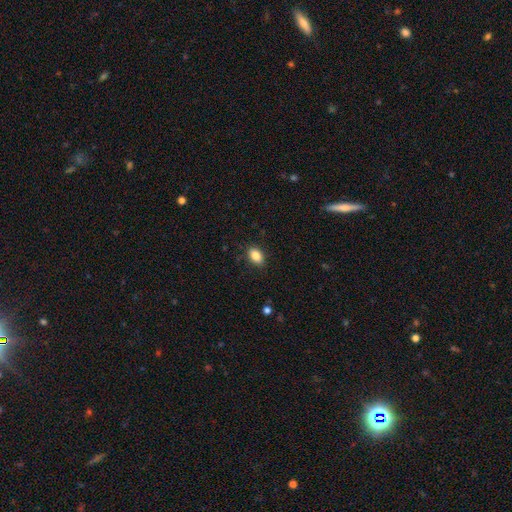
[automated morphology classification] type=smooth (86%); roundness=in between (87%); merging=none (87%).